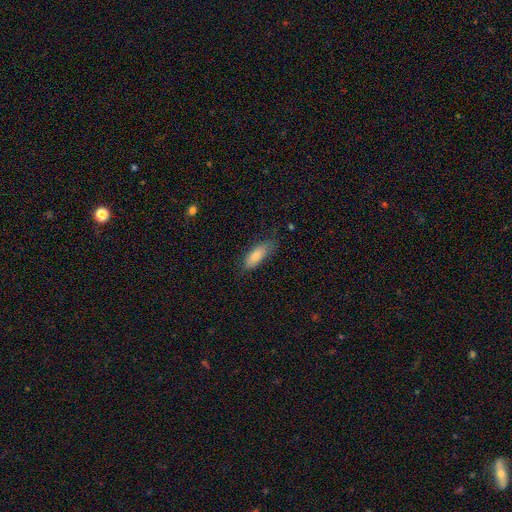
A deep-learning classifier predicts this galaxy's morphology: type=smooth (79%); roundness=in between (64%); merging=none (69%).